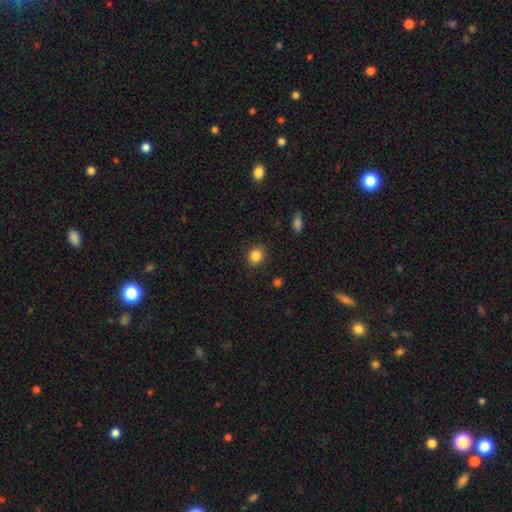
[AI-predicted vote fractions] Overall: smooth (85%). How rounded: round (72%). Merging: none (89%).